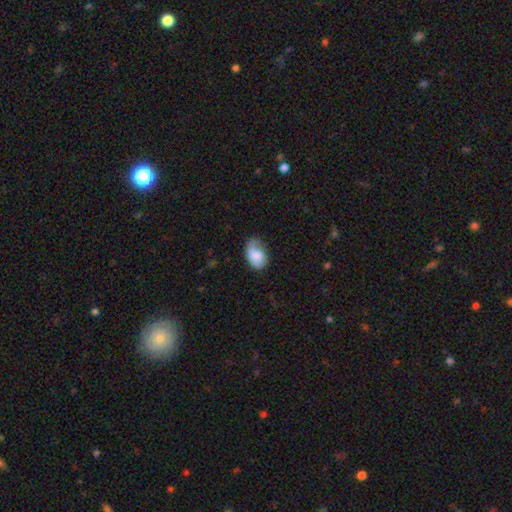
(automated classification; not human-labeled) A smooth galaxy with no disk features (76%) that is in between round and cigar-shaped (85%). Merging: none (40%).